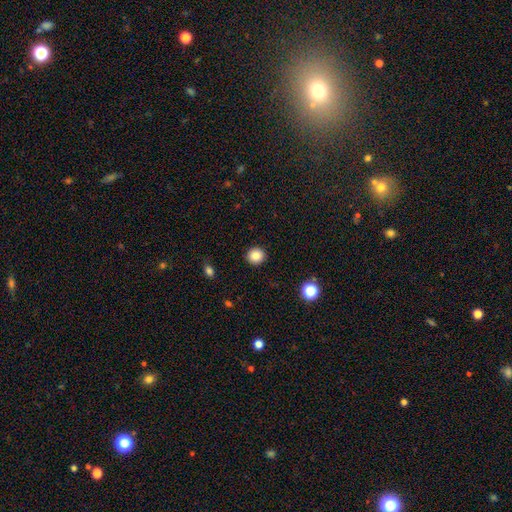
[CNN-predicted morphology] smooth 86%, star or artifact 10%, featured or disk 4%. Down the decision tree: how rounded — round (90%); merging — none (92%).